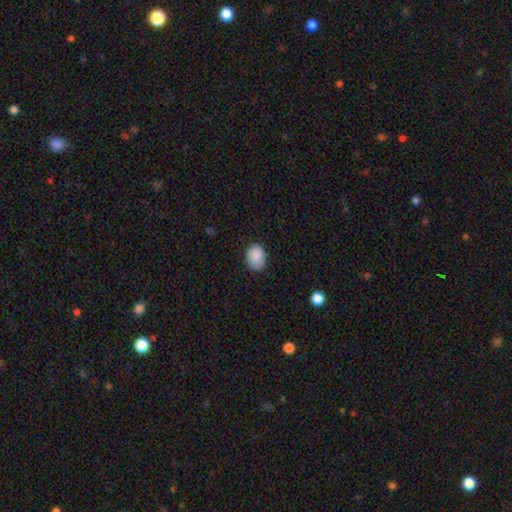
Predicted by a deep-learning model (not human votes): Smooth or featured? Predicted: smooth (p=0.88). How rounded? Predicted: in between (p=0.66). Merging? Predicted: none (p=0.75).